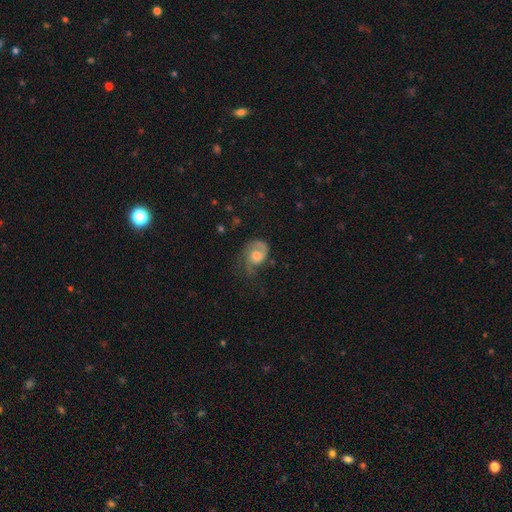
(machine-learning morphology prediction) smooth-or-featured: featured or disk: 62% | smooth: 31% | star or artifact: 8%
  disk-edge-on: no: 97% | yes: 3%
    bar: no: 75% | weak: 21% | strong: 3%
    has-spiral-arms: yes: 86% | no: 14%
      spiral-winding: medium: 39% | tight: 32% | loose: 29%
      spiral-arm-count: 1: 54% | 2: 33% | can't tell: 10% | 3: 2% | 4: 1% | more than 4: 1%
    bulge-size: moderate: 49% | large: 29% | small: 13% | none: 5% | dominant: 4%
  merging: none: 41% | major disturbance: 31% | minor disturbance: 26% | merger: 2%